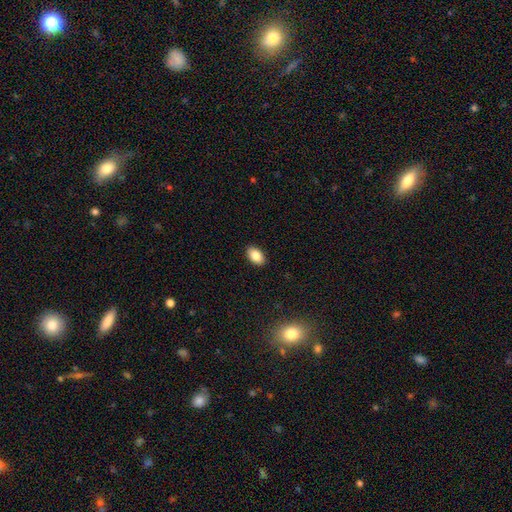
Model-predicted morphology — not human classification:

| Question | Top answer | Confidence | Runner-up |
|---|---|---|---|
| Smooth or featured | smooth | 85% | star or artifact (8%) |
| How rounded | in between | 90% | round (9%) |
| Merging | none | 90% | minor disturbance (8%) |